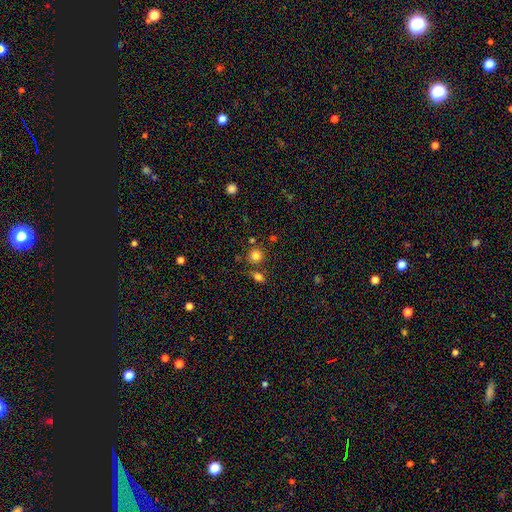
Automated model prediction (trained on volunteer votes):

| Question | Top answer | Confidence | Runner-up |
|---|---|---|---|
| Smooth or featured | smooth | 81% | star or artifact (13%) |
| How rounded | round | 89% | in between (10%) |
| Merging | none | 76% | merger (13%) |